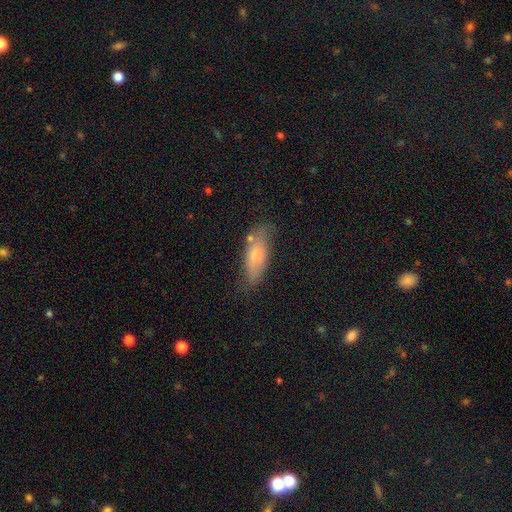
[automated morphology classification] Smooth or featured?
  - smooth: 73% *
  - featured or disk: 20%
  - star or artifact: 7%
How rounded?
  - in between: 69% *
  - cigar-shaped: 28%
  - round: 3%
Merging?
  - none: 62% *
  - minor disturbance: 25%
  - major disturbance: 8%
  - merger: 5%